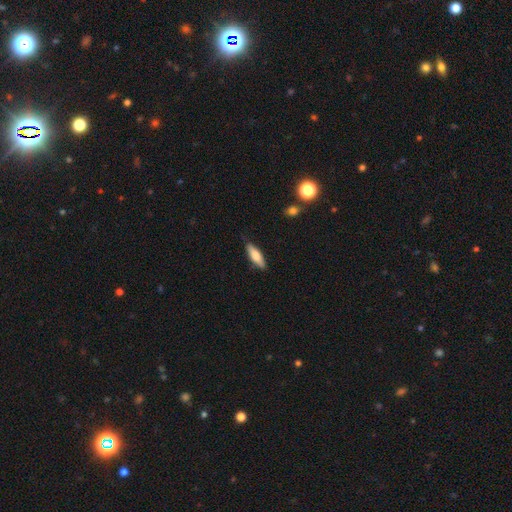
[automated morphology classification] This appears to be a smooth galaxy with no disk features (69%) that is cigar-shaped (52%). Merging: none (83%).